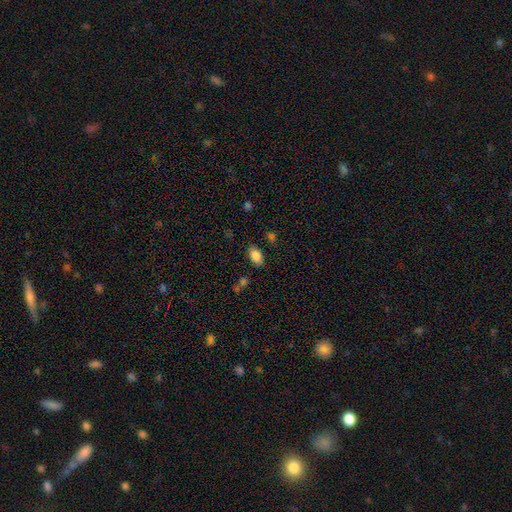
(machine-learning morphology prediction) This appears to be a smooth galaxy with no disk features (85%) that is in between round and cigar-shaped (91%). Merging: none (81%).